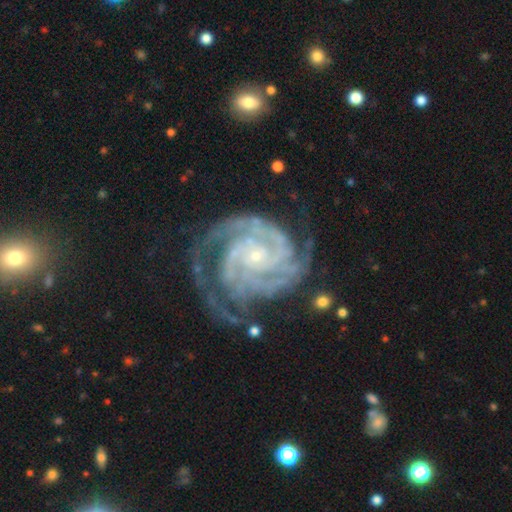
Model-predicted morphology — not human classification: This is clearly a featured or disk galaxy (93%). It is clearly not viewed edge-on (98%). Bar: likely no (71%). Spiral arm pattern: clearly yes (99%). Spiral arm count: marginally 3 (28%). Spiral winding: likely tight (74%). Central bulge: clearly small (86%). Merging: likely none (65%).